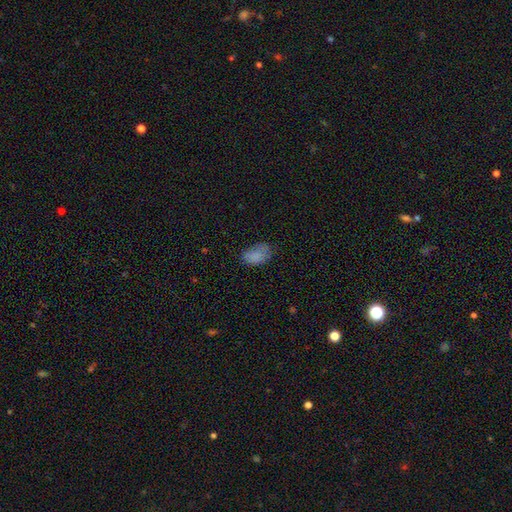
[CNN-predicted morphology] Smooth or featured: smooth — 81% (star or artifact — 10%)
How rounded: in between — 88% (round — 11%)
Merging: none — 60% (minor disturbance — 30%)